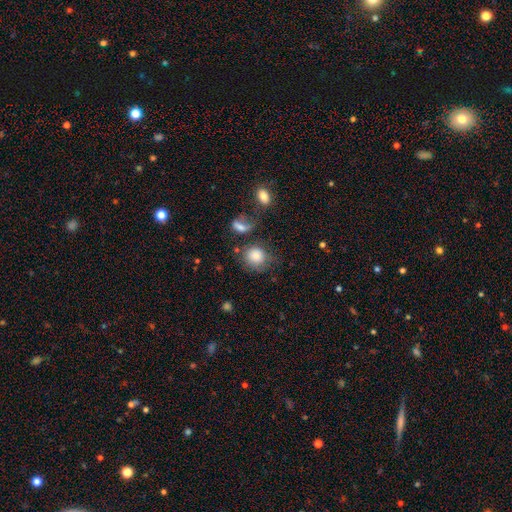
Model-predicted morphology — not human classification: type=smooth (80%); roundness=round (78%); merging=none (50%).